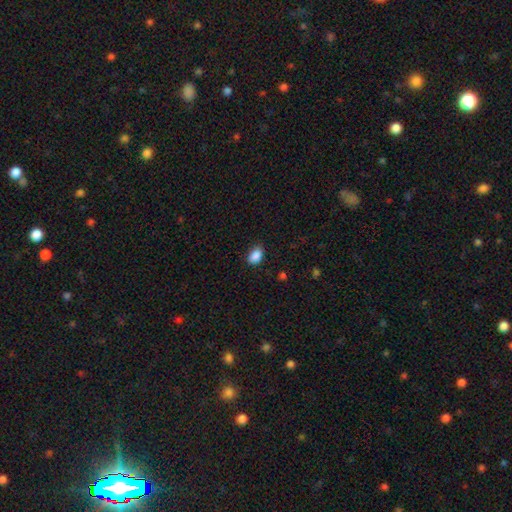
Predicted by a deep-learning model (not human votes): Smooth or featured: smooth — 87% (star or artifact — 9%)
How rounded: in between — 85% (round — 14%)
Merging: none — 80% (minor disturbance — 16%)